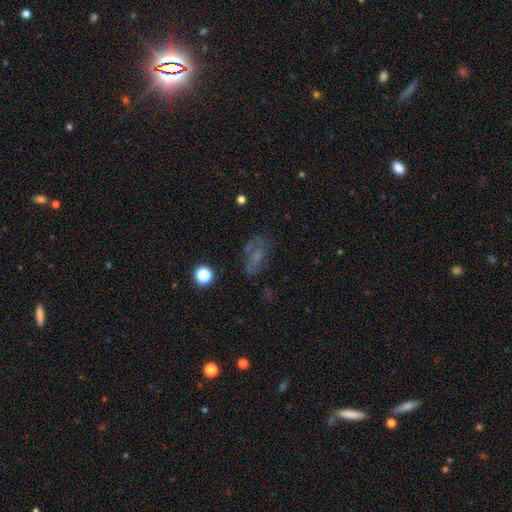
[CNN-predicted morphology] smooth 38% (tied), featured or disk 38% (tied), star or artifact 23%. Down the decision tree: merging — none (57%).